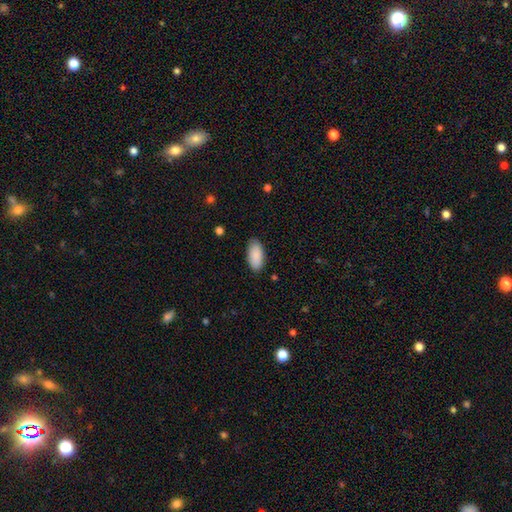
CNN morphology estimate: This is clearly a smooth galaxy (90%). How rounded: clearly in between (93%). Merging: clearly none (86%).